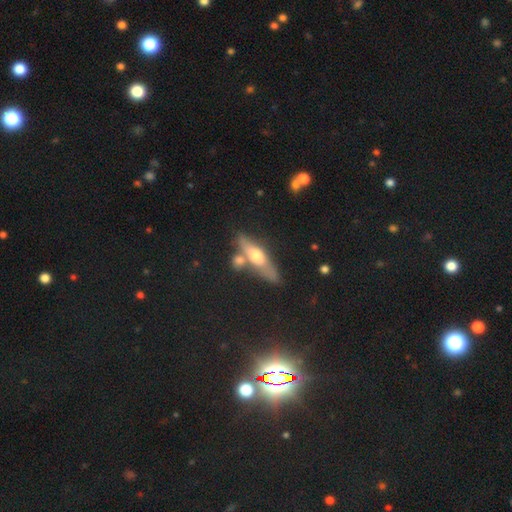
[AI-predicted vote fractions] A featured or disk galaxy (49%). Merging: none (68%).